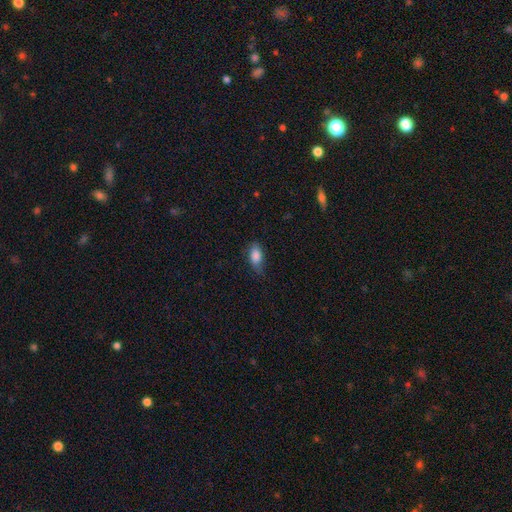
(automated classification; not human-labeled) The model was most divided on "merging": none: 64%, minor disturbance: 28%, major disturbance: 7%, merger: 1%. More confident: how rounded — in between (89%); smooth or featured — smooth (84%).